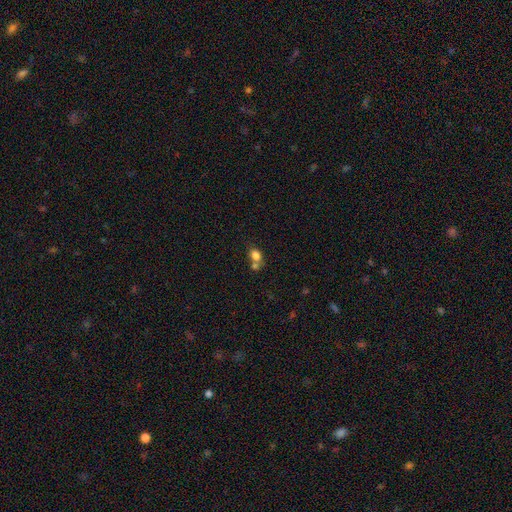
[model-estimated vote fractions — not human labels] Smooth or featured? smooth (78%)
How rounded? in between (57%)
Merging? merger (48%)